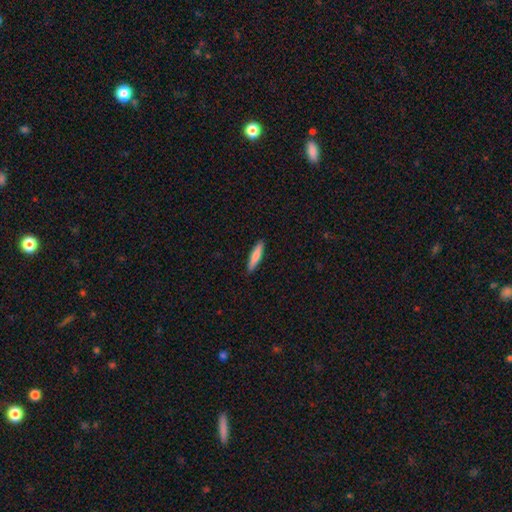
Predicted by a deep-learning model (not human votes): smooth 79%, featured or disk 16%, star or artifact 5%. Down the decision tree: how rounded — cigar-shaped (83%); merging — none (91%).